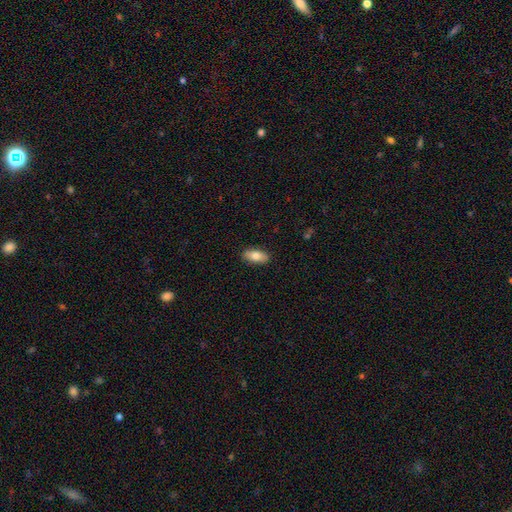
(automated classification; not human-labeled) smooth-or-featured: smooth: 80% | featured or disk: 14% | star or artifact: 6%
  how-rounded: in between: 88% | cigar-shaped: 10% | round: 3%
  merging: none: 89% | minor disturbance: 8% | major disturbance: 2% | merger: 1%